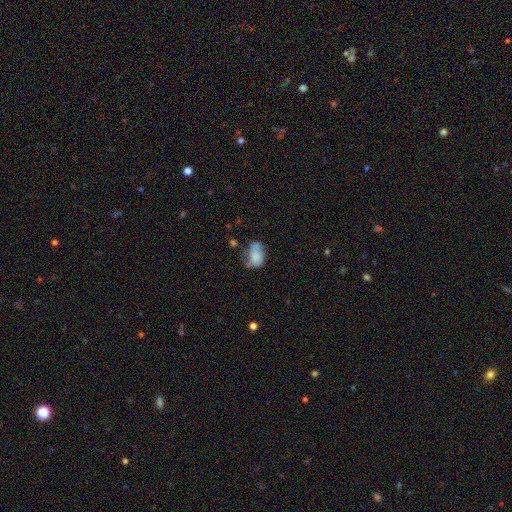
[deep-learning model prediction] Smooth or featured: smooth — 66% (featured or disk — 25%)
How rounded: in between — 80% (round — 18%)
Merging: none — 34% (minor disturbance — 32%)